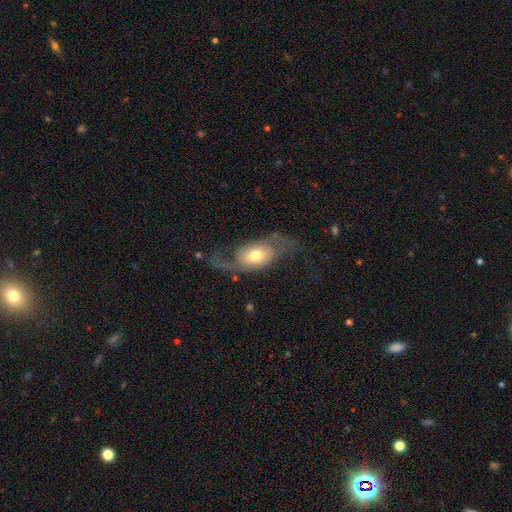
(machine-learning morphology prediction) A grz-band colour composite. It shows a featured or disk galaxy (69%) with no bar (67%), 2 (83%) loose (70%) spiral arms (87%) and a moderate central bulge (65%). Merging: none (47%).